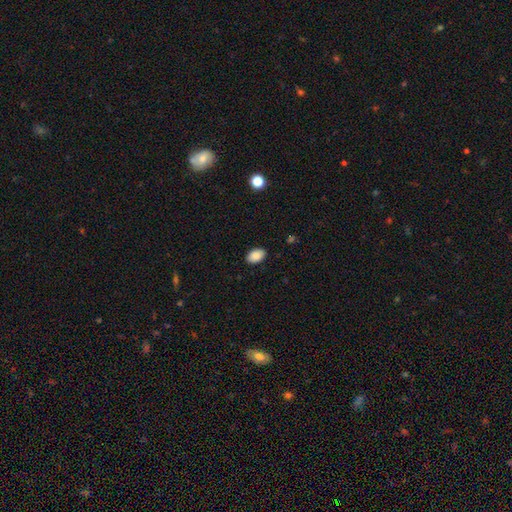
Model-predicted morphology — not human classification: Smooth or featured? smooth (88%)
How rounded? in between (88%)
Merging? none (88%)